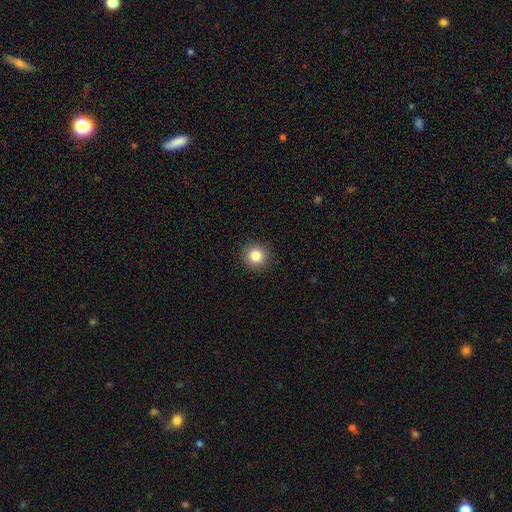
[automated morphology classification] Overall: smooth (83%). How rounded: round (95%). Merging: none (92%).